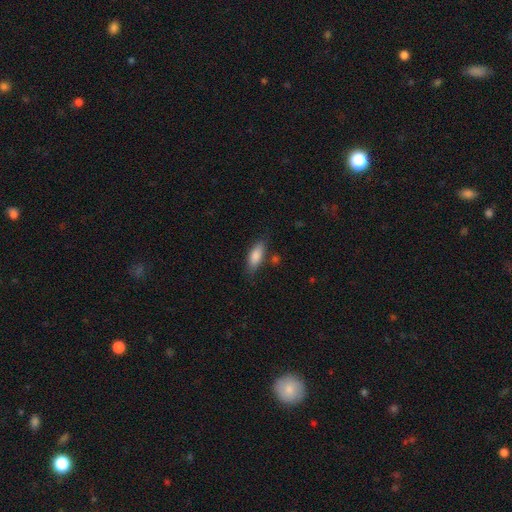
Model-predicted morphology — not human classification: smooth-or-featured: smooth: 83% | featured or disk: 10% | star or artifact: 7%
  how-rounded: in between: 71% | cigar-shaped: 26% | round: 2%
  merging: none: 75% | minor disturbance: 17% | major disturbance: 4% | merger: 4%